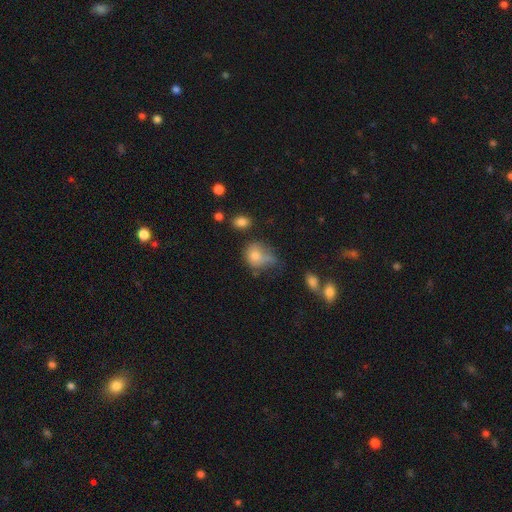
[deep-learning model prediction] Smooth or featured: smooth — 70% (featured or disk — 16%)
How rounded: round — 51% (in between — 47%)
Merging: minor disturbance — 33% (none — 29%)